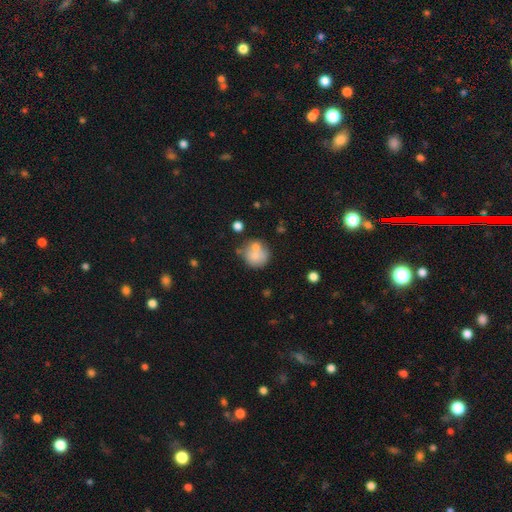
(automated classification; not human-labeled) Q: Smooth or featured?
A: smooth (72%); runner-up: featured or disk (19%)
Q: How rounded?
A: round (87%); runner-up: in between (12%)
Q: Merging?
A: none (50%); runner-up: merger (30%)